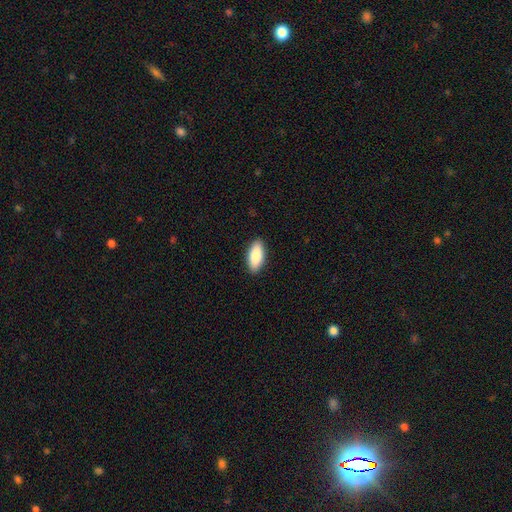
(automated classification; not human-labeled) Q: Smooth or featured?
A: smooth (87%); runner-up: featured or disk (7%)
Q: How rounded?
A: in between (87%); runner-up: cigar-shaped (11%)
Q: Merging?
A: none (90%); runner-up: minor disturbance (8%)